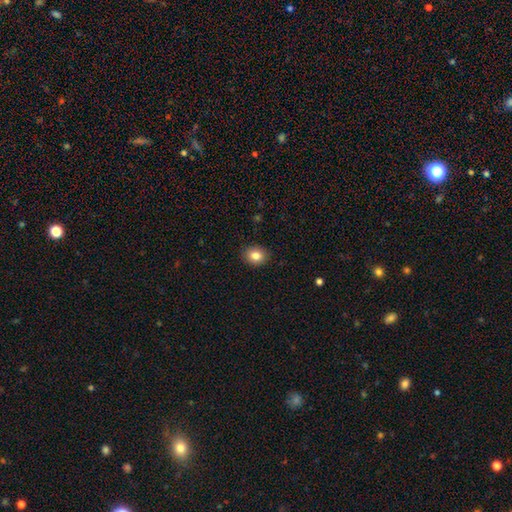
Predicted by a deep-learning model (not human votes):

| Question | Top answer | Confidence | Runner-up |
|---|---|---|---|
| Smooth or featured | smooth | 84% | star or artifact (10%) |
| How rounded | round | 57% | in between (42%) |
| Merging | none | 90% | minor disturbance (7%) |